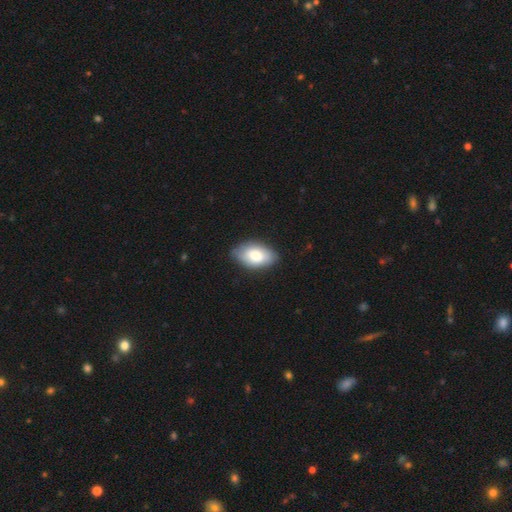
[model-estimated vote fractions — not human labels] Overall: smooth (79%). How rounded: in between (94%). Merging: none (77%).